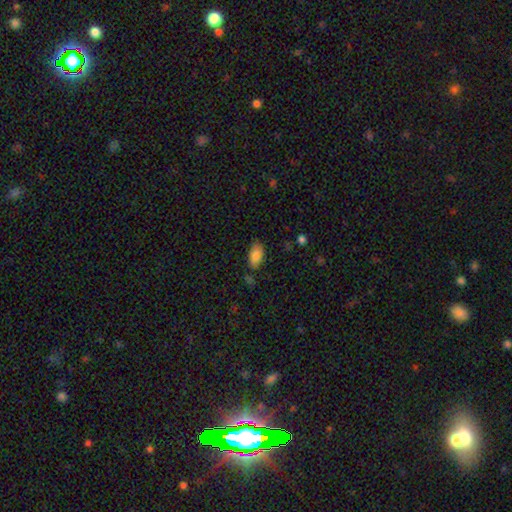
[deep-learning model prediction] smooth-or-featured: smooth: 85% | star or artifact: 8% | featured or disk: 7%
  how-rounded: in between: 93% | round: 4% | cigar-shaped: 3%
  merging: none: 78% | minor disturbance: 16% | major disturbance: 3% | merger: 3%